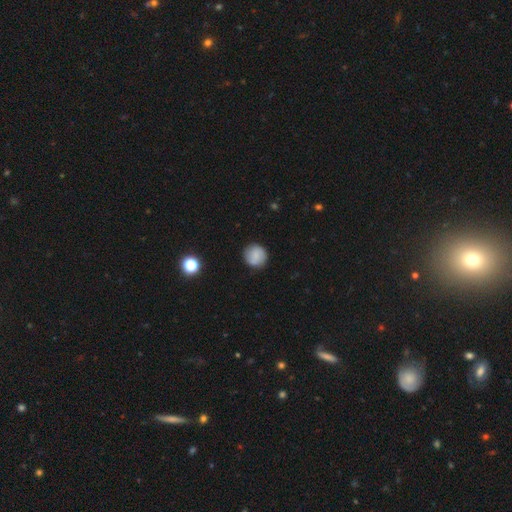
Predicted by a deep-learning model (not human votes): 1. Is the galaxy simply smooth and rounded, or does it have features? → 79% smooth, 12% featured or disk, 9% star or artifact.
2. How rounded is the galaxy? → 93% round, 6% in between, 1% cigar-shaped.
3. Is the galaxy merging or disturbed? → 87% none, 9% minor disturbance, 2% major disturbance, 2% merger.